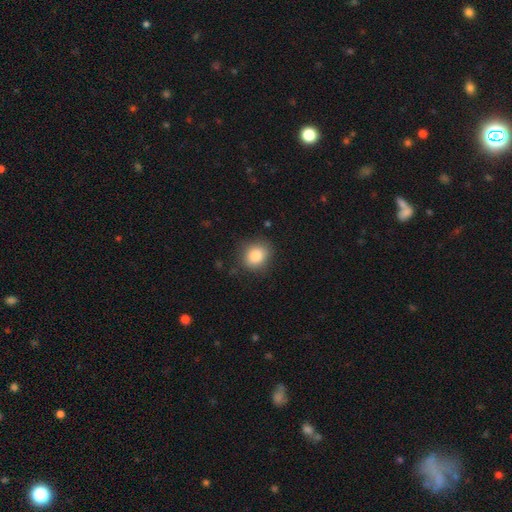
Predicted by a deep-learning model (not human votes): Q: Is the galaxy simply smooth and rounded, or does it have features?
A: smooth — 84%.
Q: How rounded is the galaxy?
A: round — 73%.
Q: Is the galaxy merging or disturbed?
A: none — 83%.